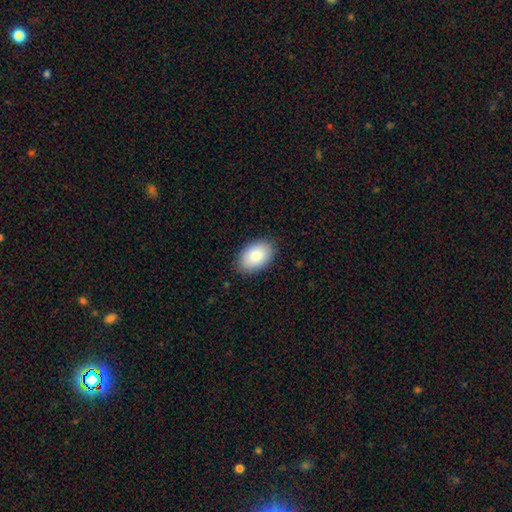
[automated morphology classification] smooth_or_featured: smooth (p=0.87) [alt: featured or disk p=0.07]
how_rounded: in between (p=0.91) [alt: round p=0.07]
merging: none (p=0.87) [alt: minor disturbance p=0.10]